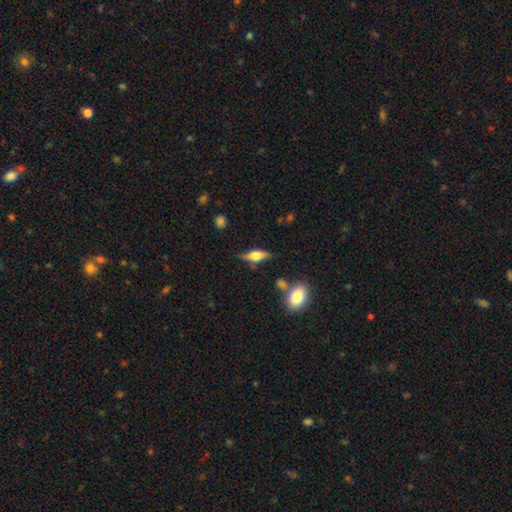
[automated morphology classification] This is possibly a featured or disk galaxy (54%). It is clearly viewed edge-on (92%). Merging: likely none (75%).